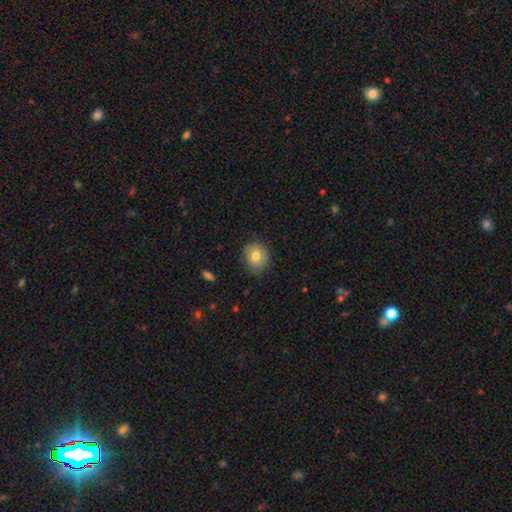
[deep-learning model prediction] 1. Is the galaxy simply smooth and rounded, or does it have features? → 77% smooth, 14% featured or disk, 9% star or artifact.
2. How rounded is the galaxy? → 70% round, 29% in between, 1% cigar-shaped.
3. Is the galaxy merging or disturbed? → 80% none, 16% minor disturbance, 3% major disturbance, 1% merger.